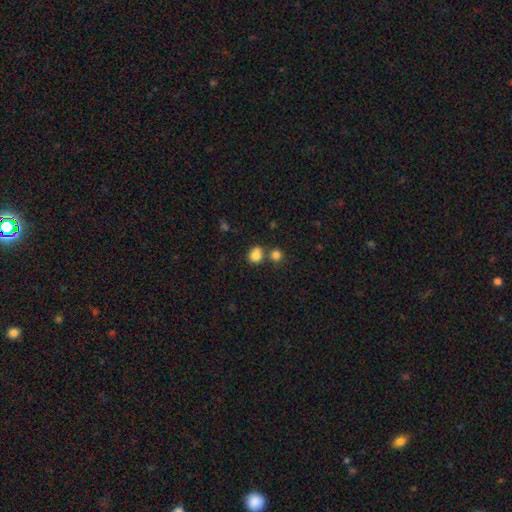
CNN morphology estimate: smooth_or_featured: smooth (p=0.84) [alt: star or artifact p=0.11]
how_rounded: round (p=0.69) [alt: in between p=0.30]
merging: none (p=0.62) [alt: merger p=0.23]